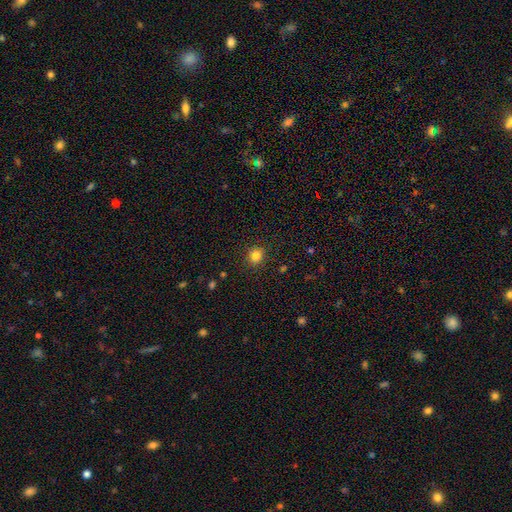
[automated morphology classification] Smooth or featured: smooth — 83% (star or artifact — 12%)
How rounded: round — 87% (in between — 12%)
Merging: none — 90% (minor disturbance — 7%)